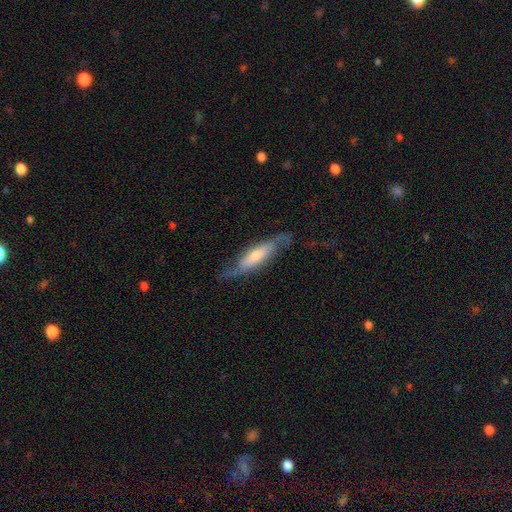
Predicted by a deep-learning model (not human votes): Overall: featured or disk (63%; smooth 31%). Edge-on disk: no (55%; yes 45%). Merging: none (66%).